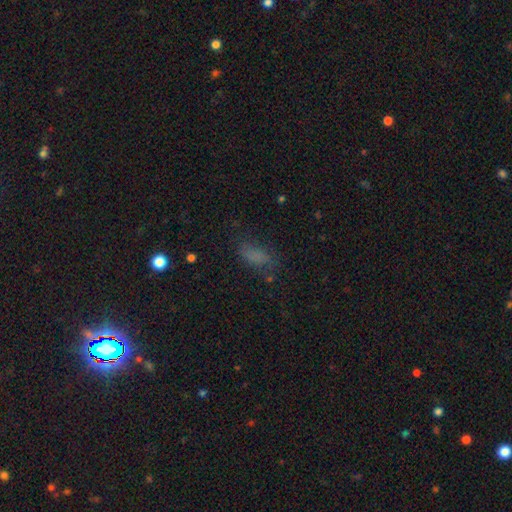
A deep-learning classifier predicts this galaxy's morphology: Q: Smooth or featured?
A: smooth (71%); runner-up: star or artifact (17%)
Q: How rounded?
A: in between (79%); runner-up: cigar-shaped (16%)
Q: Merging?
A: none (60%); runner-up: minor disturbance (23%)